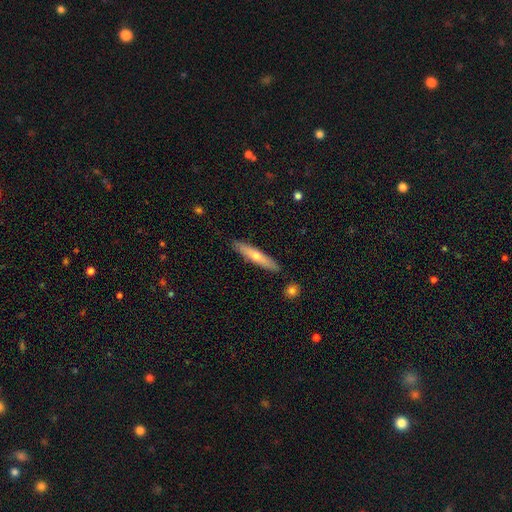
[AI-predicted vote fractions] smooth-or-featured: smooth: 51% | featured or disk: 43% | star or artifact: 6%
  how-rounded: cigar-shaped: 90% | in between: 8% | round: 2%
  merging: none: 90% | minor disturbance: 7% | merger: 1% | major disturbance: 1%